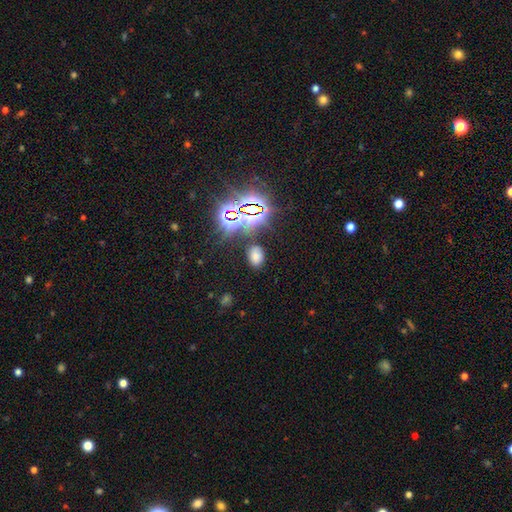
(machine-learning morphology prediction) Q: Smooth or featured?
A: smooth (63%); runner-up: star or artifact (29%)
Q: How rounded?
A: in between (82%); runner-up: round (17%)
Q: Merging?
A: none (82%); runner-up: minor disturbance (11%)